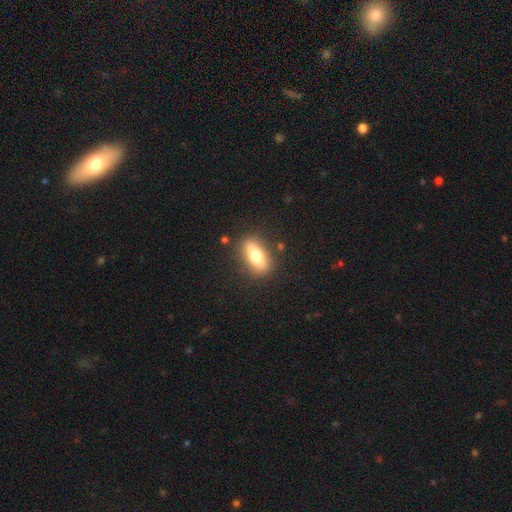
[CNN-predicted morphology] smooth 56%, featured or disk 37%, star or artifact 7%. Down the decision tree: how rounded — in between (68%); merging — none (85%).